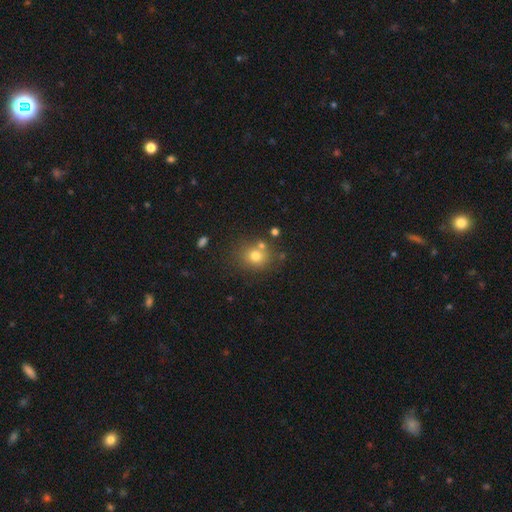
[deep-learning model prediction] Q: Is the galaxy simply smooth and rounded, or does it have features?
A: smooth — 73%.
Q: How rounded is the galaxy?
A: round — 77%.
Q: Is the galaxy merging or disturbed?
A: none — 68%.